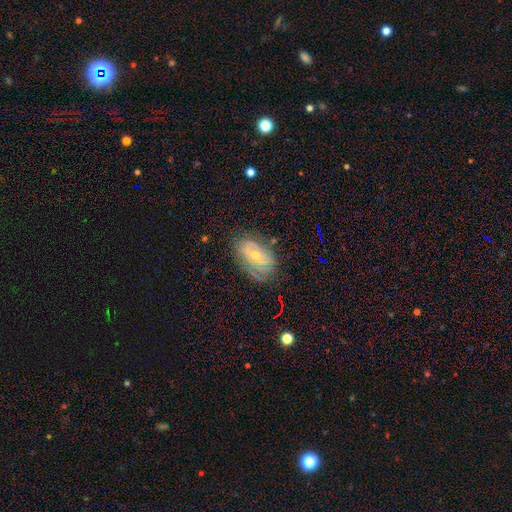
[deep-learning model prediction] The model was most divided on "bulge size" (2-way tie): moderate: 48%, small: 48%, large: 2%, none: 1%, dominant: 1%. More confident: edge-on disk — no (93%); spiral arms — yes (69%); merging — none (67%); smooth or featured — featured or disk (66%); bar — no (56%).